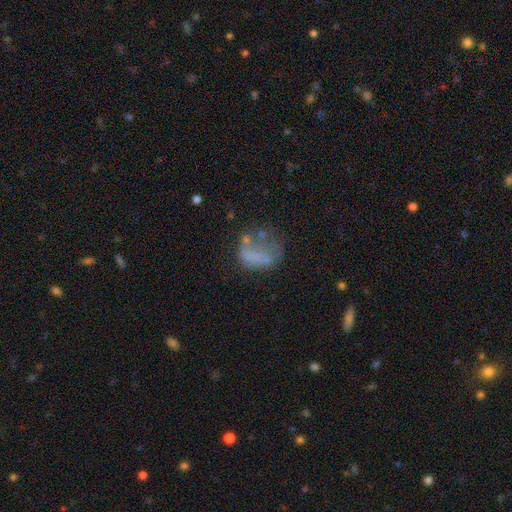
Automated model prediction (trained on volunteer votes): A smooth galaxy with no disk features (47%).

Vote fractions:
- Smooth or featured? smooth: 47% / featured or disk: 38% / star or artifact: 15%
- Merging? major disturbance: 38% / none: 31% / minor disturbance: 21% / merger: 10%